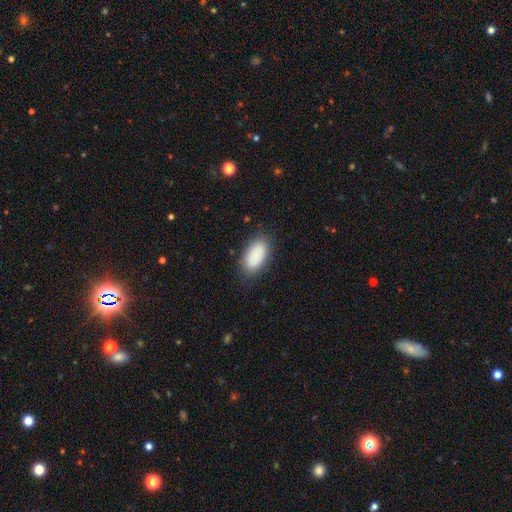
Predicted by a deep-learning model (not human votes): Smooth or featured: smooth — 88% (star or artifact — 7%)
How rounded: in between — 94% (round — 3%)
Merging: none — 82% (minor disturbance — 13%)